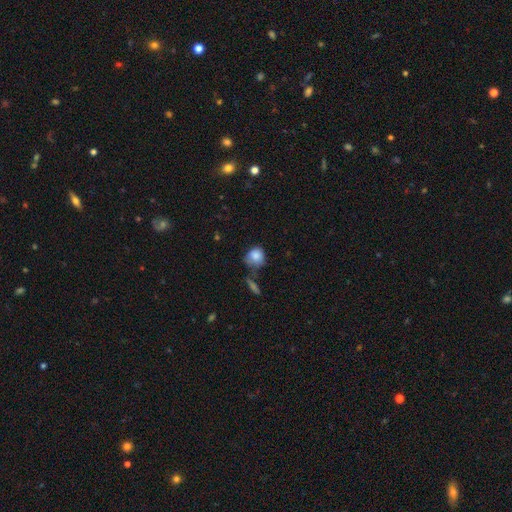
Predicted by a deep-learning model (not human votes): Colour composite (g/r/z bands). It shows a smooth galaxy with no disk features (81%) that is round (69%). Merging: none (41%).